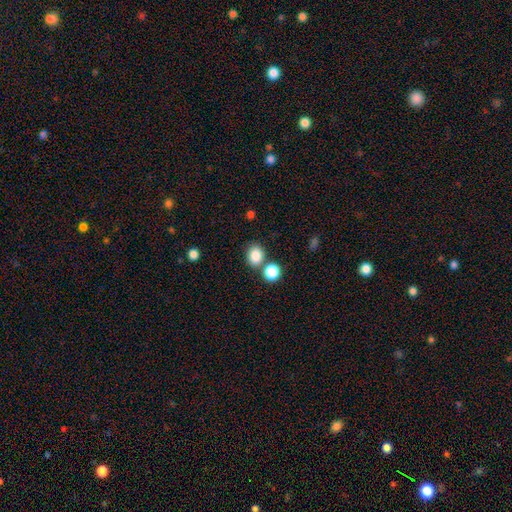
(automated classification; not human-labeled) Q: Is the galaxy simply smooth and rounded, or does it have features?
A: smooth — 85%.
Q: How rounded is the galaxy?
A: round — 57%.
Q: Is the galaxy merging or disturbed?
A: none — 68%.